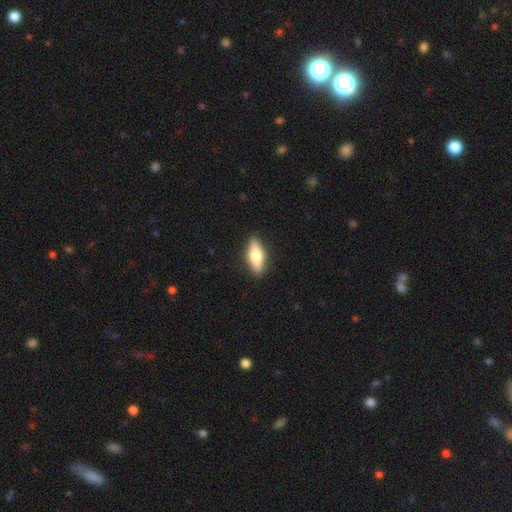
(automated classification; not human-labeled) A smooth galaxy with no disk features (62%) that is in between round and cigar-shaped (64%). Merging: none (89%).